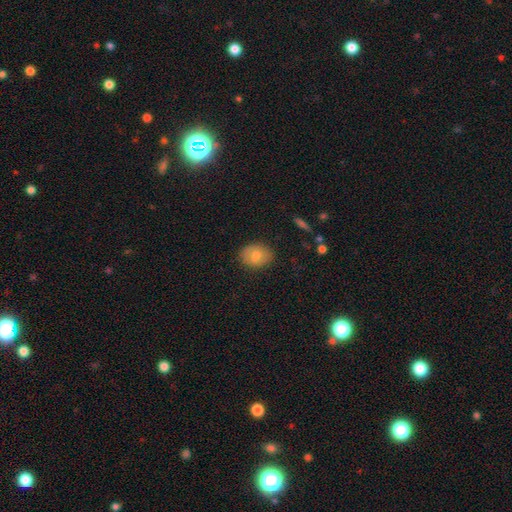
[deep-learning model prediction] Smooth or featured? smooth (76%)
How rounded? in between (60%)
Merging? none (81%)